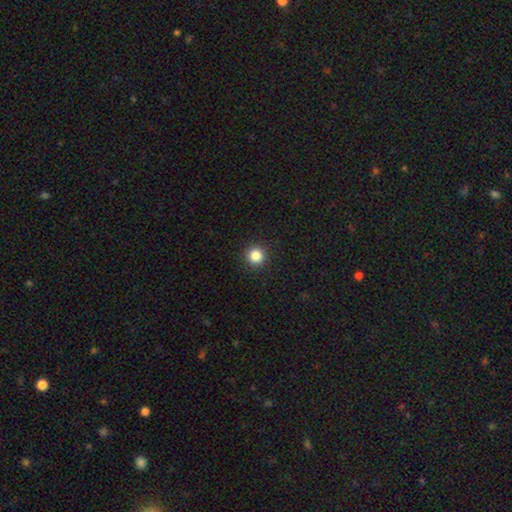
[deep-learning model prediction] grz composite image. It shows a smooth galaxy with no disk features (84%) that is round (95%). Merging: none (93%).